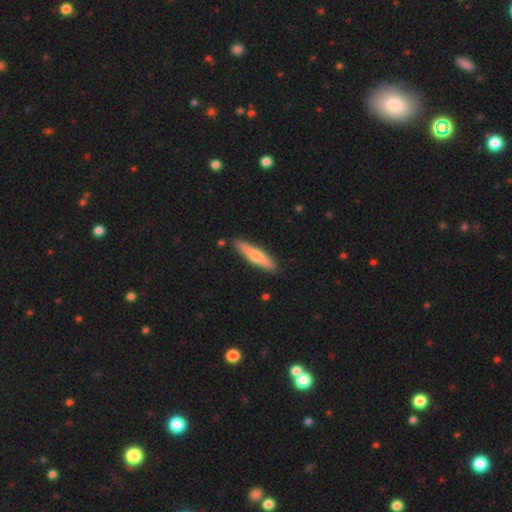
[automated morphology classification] This is possibly a smooth galaxy (59%). How rounded: clearly cigar-shaped (84%). Merging: clearly none (87%).